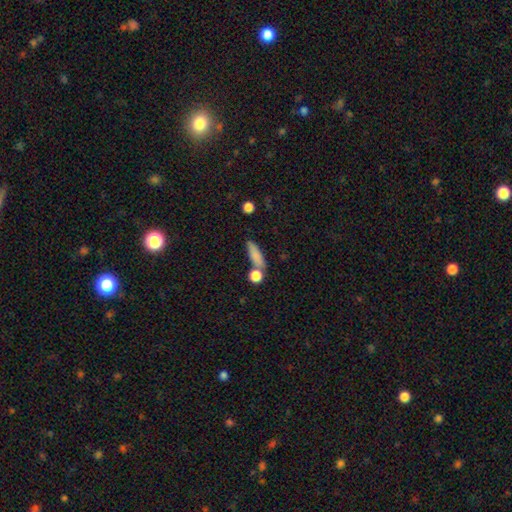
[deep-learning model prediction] Smooth or featured?
  - smooth: 81% *
  - featured or disk: 11%
  - star or artifact: 8%
How rounded?
  - cigar-shaped: 51% *
  - in between: 42%
  - round: 8%
Merging?
  - none: 64% *
  - merger: 17%
  - minor disturbance: 14%
  - major disturbance: 5%